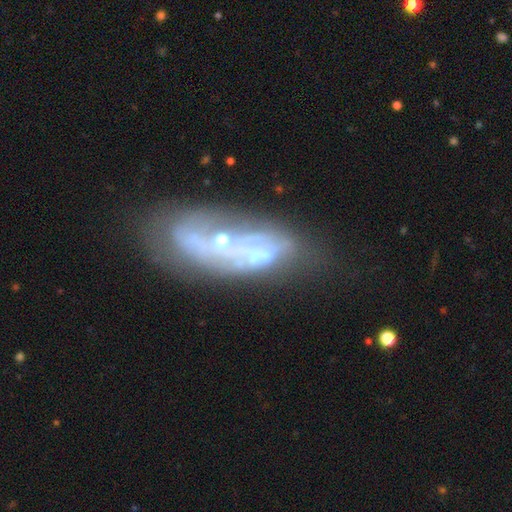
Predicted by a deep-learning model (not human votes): Morphology: type=featured or disk (53%); edge-on=no (84%); merging=none (41%).